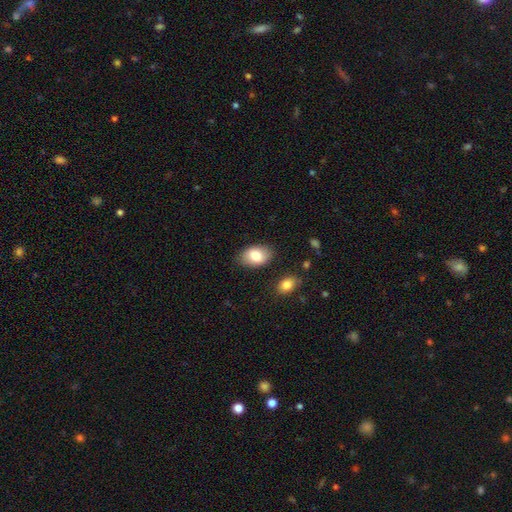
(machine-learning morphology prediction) Smooth or featured?
  - smooth: 82% *
  - featured or disk: 11%
  - star or artifact: 7%
How rounded?
  - in between: 87% *
  - round: 11%
  - cigar-shaped: 1%
Merging?
  - none: 84% *
  - minor disturbance: 12%
  - major disturbance: 3%
  - merger: 2%